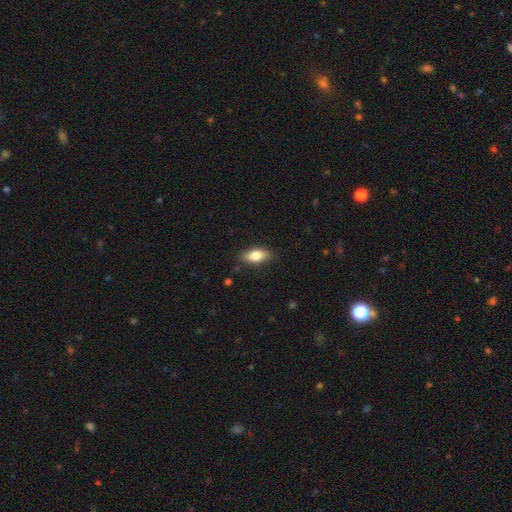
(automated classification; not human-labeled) Q: Smooth or featured?
A: smooth (82%); runner-up: featured or disk (11%)
Q: How rounded?
A: in between (87%); runner-up: cigar-shaped (9%)
Q: Merging?
A: none (85%); runner-up: minor disturbance (12%)